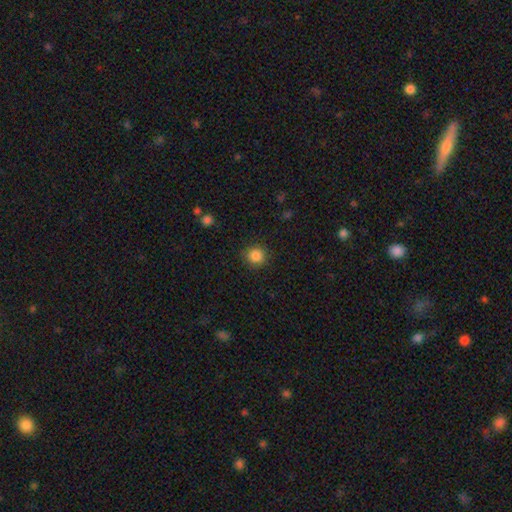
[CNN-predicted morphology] Q: Smooth or featured?
A: smooth (86%); runner-up: star or artifact (11%)
Q: How rounded?
A: round (91%); runner-up: in between (8%)
Q: Merging?
A: none (89%); runner-up: minor disturbance (7%)